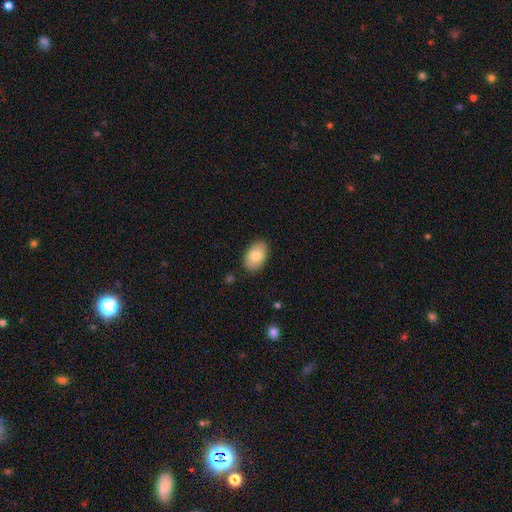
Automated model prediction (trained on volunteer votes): The model was most divided on "smooth or featured": smooth: 82%, featured or disk: 12%, star or artifact: 6%. More confident: how rounded — in between (93%); merging — none (85%).